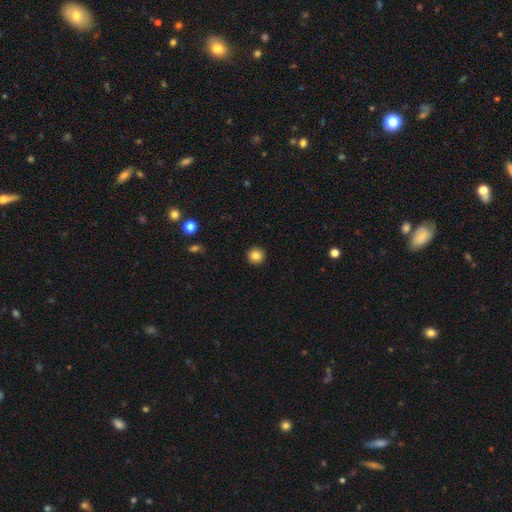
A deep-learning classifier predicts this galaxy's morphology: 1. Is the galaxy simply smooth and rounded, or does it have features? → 85% smooth, 10% star or artifact, 5% featured or disk.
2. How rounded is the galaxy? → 95% round, 4% in between, 1% cigar-shaped.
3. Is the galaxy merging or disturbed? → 93% none, 4% minor disturbance, 2% major disturbance, 1% merger.